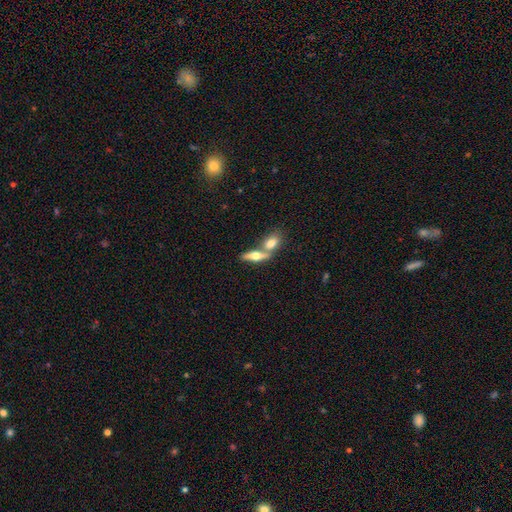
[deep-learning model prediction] A smooth galaxy with no disk features (48%).

Vote fractions:
- Smooth or featured? smooth: 48% / featured or disk: 46% / star or artifact: 6%
- Merging? merger: 48% / none: 41% / minor disturbance: 7% / major disturbance: 3%